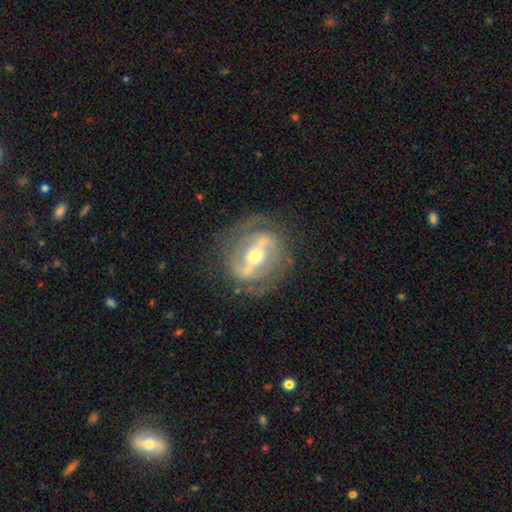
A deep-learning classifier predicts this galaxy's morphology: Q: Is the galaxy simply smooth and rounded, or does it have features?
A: featured or disk — 86%.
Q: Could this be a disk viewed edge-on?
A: no — 92%.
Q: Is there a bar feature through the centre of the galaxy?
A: strong — 65%.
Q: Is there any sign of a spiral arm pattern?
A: yes — 84%.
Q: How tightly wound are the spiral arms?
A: medium — 43%.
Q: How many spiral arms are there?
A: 2 — 76%.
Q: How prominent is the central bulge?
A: moderate — 61%.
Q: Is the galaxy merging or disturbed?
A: none — 75%.